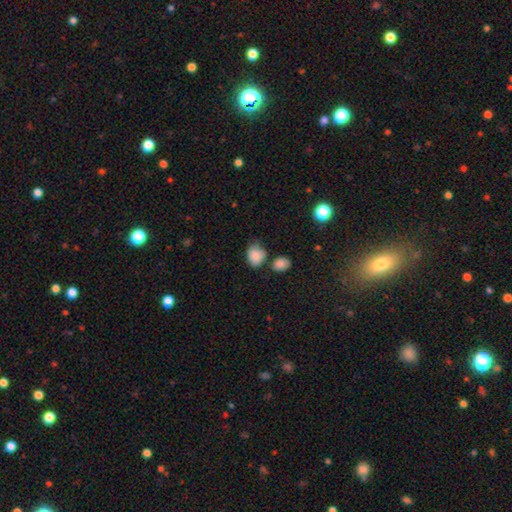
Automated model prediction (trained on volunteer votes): Smooth or featured?
  - smooth: 85% *
  - star or artifact: 9%
  - featured or disk: 6%
How rounded?
  - in between: 55% *
  - round: 44%
  - cigar-shaped: 1%
Merging?
  - none: 57% *
  - minor disturbance: 25%
  - merger: 12%
  - major disturbance: 6%